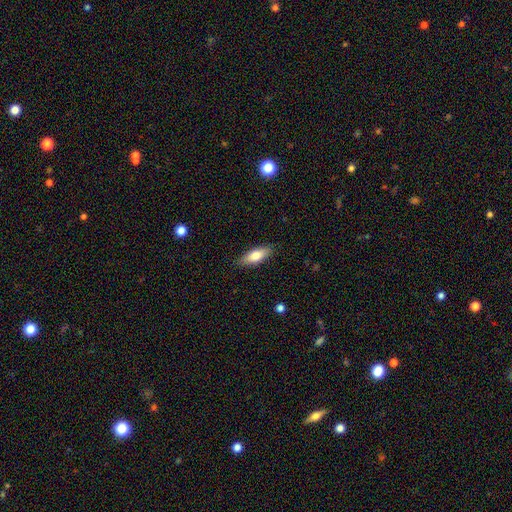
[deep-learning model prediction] This appears to be a smooth galaxy with no disk features (75%) that is in between round and cigar-shaped (70%). Merging: none (87%).